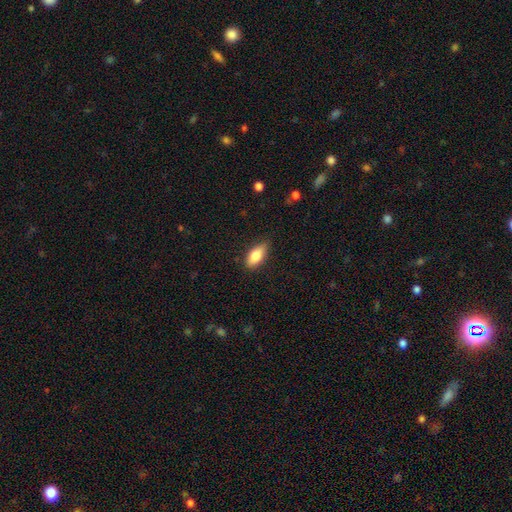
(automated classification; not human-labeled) The model was most divided on "merging": none: 80%, minor disturbance: 16%, major disturbance: 3%, merger: 1%. More confident: how rounded — in between (85%); smooth or featured — smooth (81%).